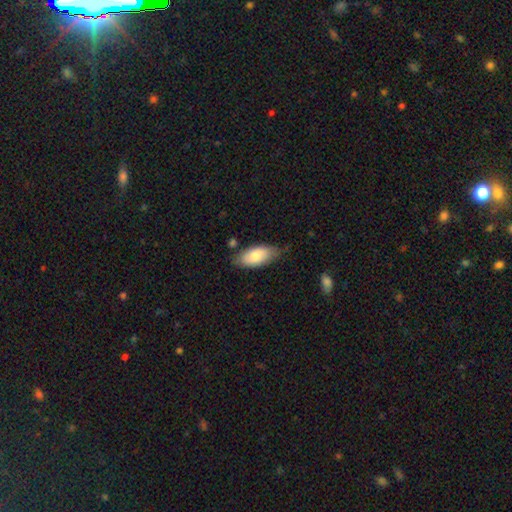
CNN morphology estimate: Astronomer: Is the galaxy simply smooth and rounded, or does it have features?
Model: smooth — 76%.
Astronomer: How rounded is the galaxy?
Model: in between — 90%.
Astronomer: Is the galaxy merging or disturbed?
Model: none — 71%.